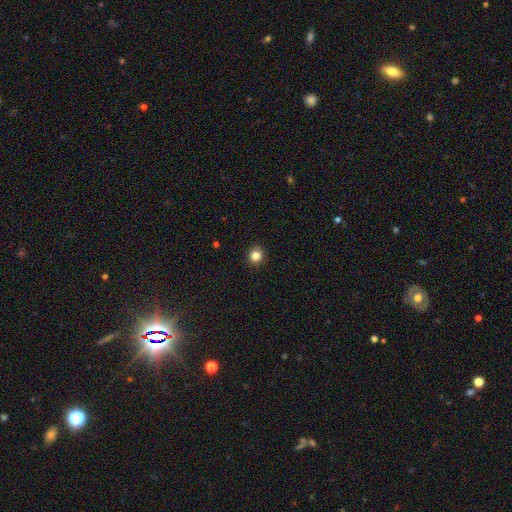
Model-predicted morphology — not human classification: A smooth galaxy with no disk features (84%) that is round (91%). Merging: none (93%).